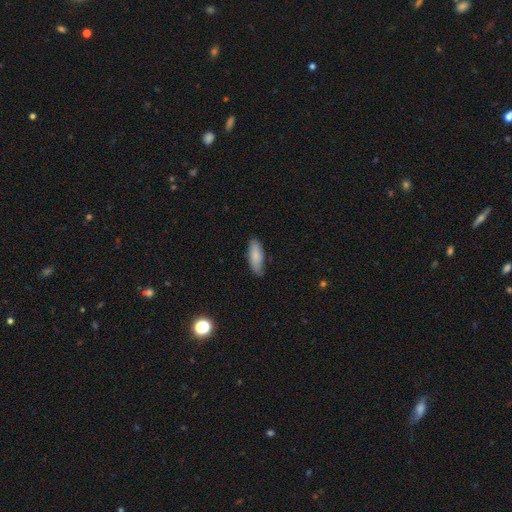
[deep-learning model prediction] This is clearly a smooth galaxy (81%). How rounded: likely in between (68%). Merging: likely none (74%).